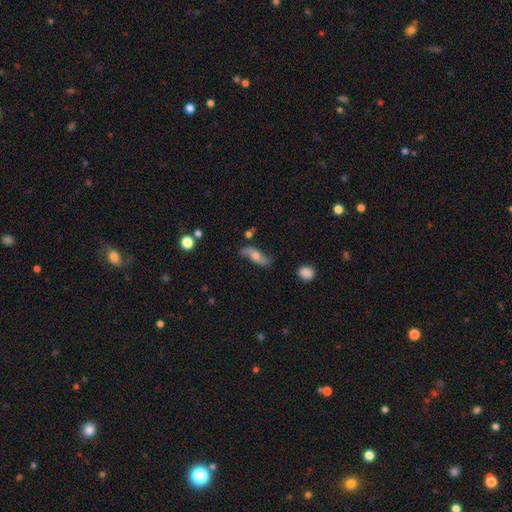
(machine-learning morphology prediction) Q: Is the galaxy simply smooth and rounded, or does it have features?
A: featured or disk — 66%.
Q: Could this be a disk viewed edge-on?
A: no — 83%.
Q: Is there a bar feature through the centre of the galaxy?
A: no — 67%.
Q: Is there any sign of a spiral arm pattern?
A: yes — 89%.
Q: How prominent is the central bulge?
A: moderate — 65%.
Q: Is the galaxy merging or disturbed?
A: none — 71%.